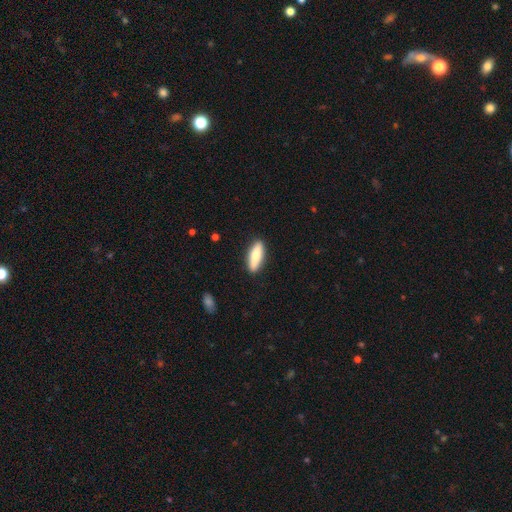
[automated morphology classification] smooth 81%, featured or disk 14%, star or artifact 5%. Down the decision tree: how rounded — in between (50%); merging — none (89%).